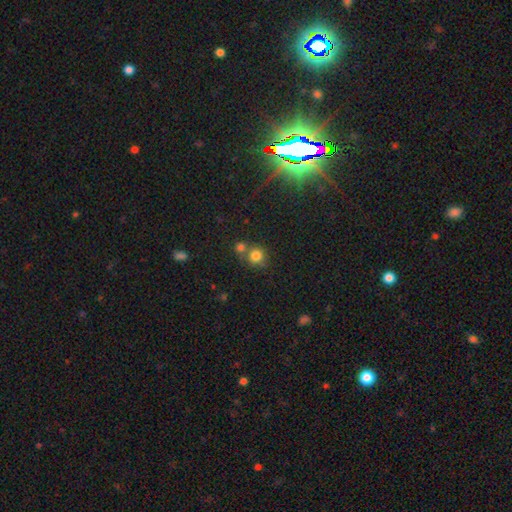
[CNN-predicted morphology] type=smooth (79%); roundness=round (89%); merging=none (58%).